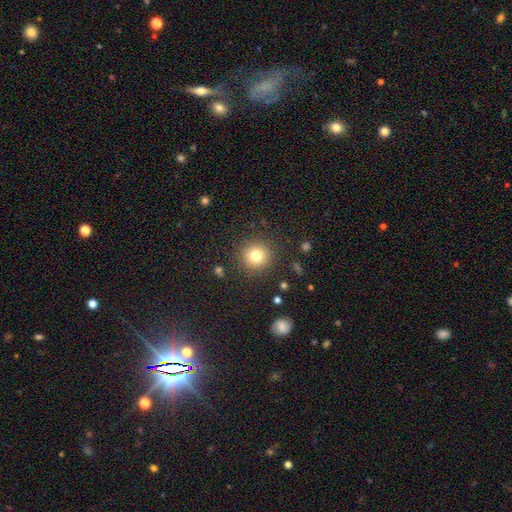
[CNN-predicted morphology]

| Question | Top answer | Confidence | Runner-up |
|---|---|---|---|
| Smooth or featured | smooth | 78% | star or artifact (13%) |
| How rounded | round | 94% | in between (5%) |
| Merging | none | 89% | minor disturbance (6%) |